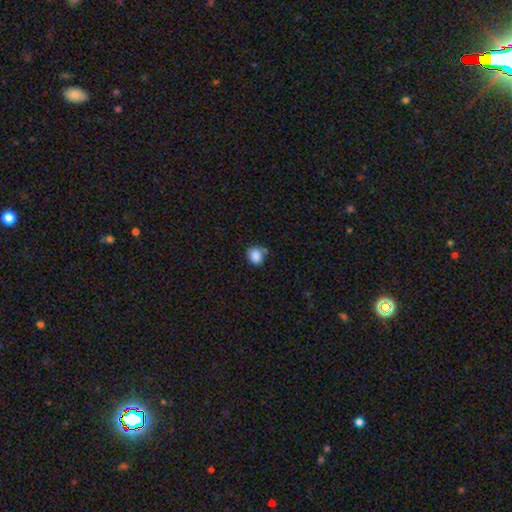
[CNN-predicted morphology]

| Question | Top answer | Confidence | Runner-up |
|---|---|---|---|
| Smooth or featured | smooth | 86% | star or artifact (9%) |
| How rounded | round | 67% | in between (32%) |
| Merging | none | 68% | minor disturbance (19%) |